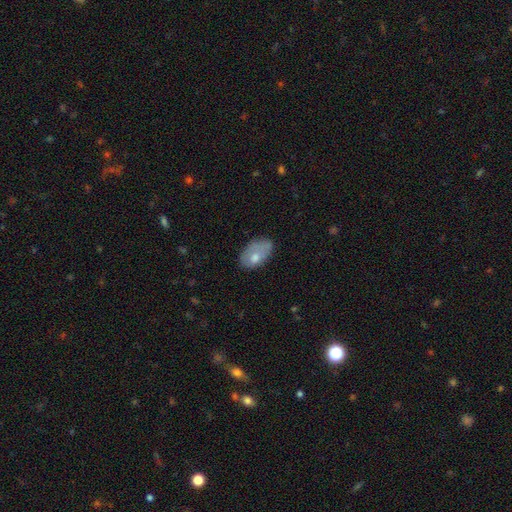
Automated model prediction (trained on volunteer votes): smooth 67%, featured or disk 26%, star or artifact 7%. Down the decision tree: how rounded — in between (91%); merging — none (44%).